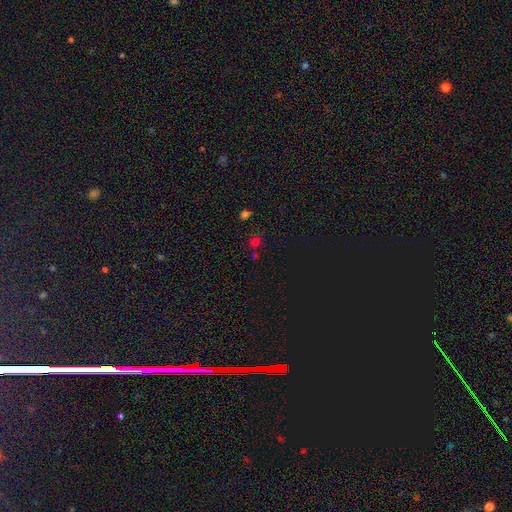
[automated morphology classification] Smooth or featured: smooth — 50% (star or artifact — 43%)
How rounded: round — 84% (in between — 15%)
Merging: none — 68% (merger — 18%)